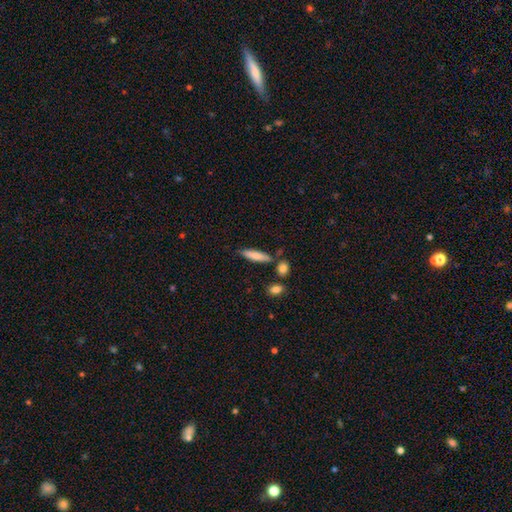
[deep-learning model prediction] Smooth or featured: smooth — 77% (featured or disk — 16%)
How rounded: cigar-shaped — 74% (in between — 25%)
Merging: none — 77% (minor disturbance — 13%)